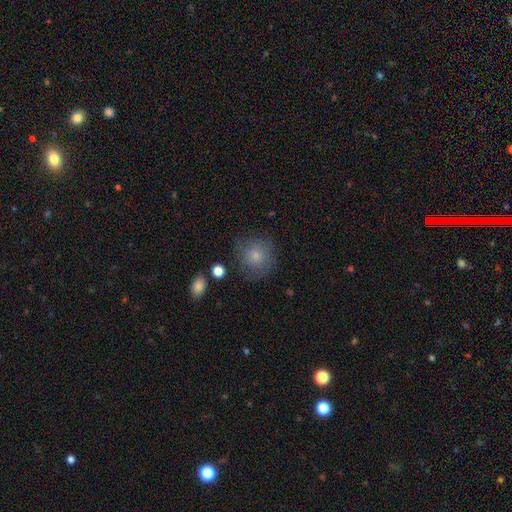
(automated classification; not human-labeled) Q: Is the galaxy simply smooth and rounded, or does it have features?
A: smooth — 77%.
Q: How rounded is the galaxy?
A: round — 90%.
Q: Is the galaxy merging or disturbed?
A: none — 73%.